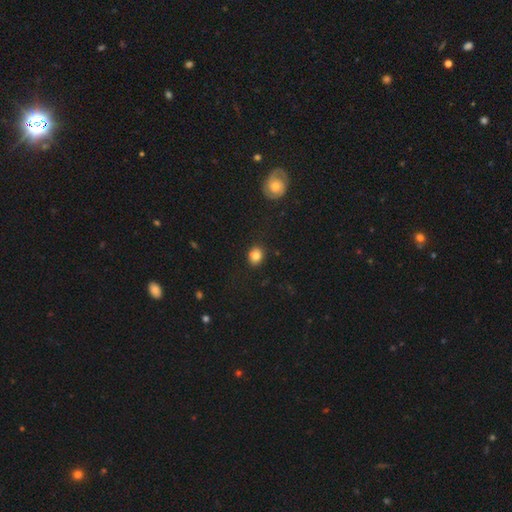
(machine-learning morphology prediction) smooth_or_featured: smooth (p=0.82) [alt: star or artifact p=0.11]
how_rounded: round (p=0.61) [alt: in between p=0.38]
merging: none (p=0.82) [alt: minor disturbance p=0.13]